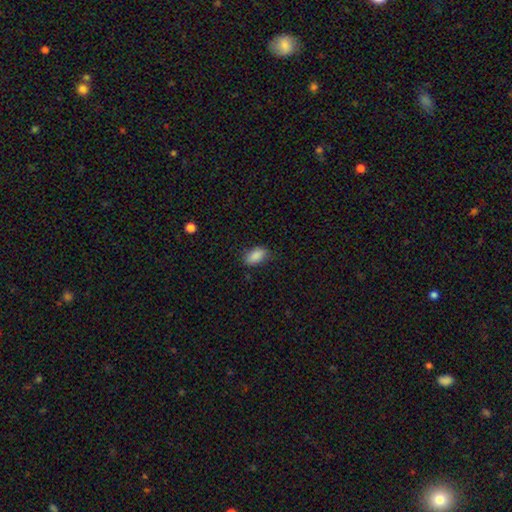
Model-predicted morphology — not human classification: Overall: smooth (88%). How rounded: in between (92%). Merging: none (77%).